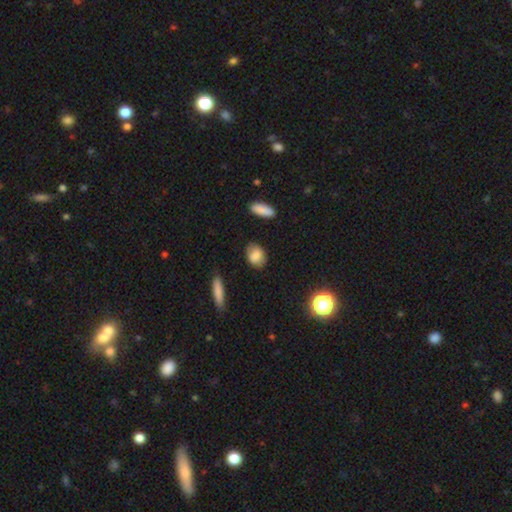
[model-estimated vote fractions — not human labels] A smooth galaxy with no disk features (83%) that is in between round and cigar-shaped (75%).

Vote fractions:
- Smooth or featured? smooth: 83% / featured or disk: 9% / star or artifact: 8%
- How rounded? in between: 75% / round: 22% / cigar-shaped: 3%
- Merging? none: 82% / minor disturbance: 13% / major disturbance: 3% / merger: 2%